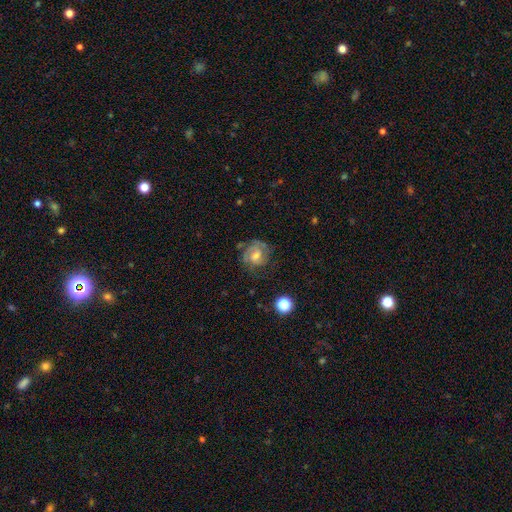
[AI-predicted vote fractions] smooth_or_featured: featured or disk (p=0.65) [alt: smooth p=0.25]
disk_edge_on: no (p=0.97) [alt: yes p=0.03]
bar: no (p=0.53) [alt: weak p=0.39]
has_spiral_arms: yes (p=0.84) [alt: no p=0.16]
spiral_winding: tight (p=0.56) [alt: medium p=0.34]
spiral_arm_count: 2 (p=0.39) [alt: can't tell p=0.33]
bulge_size: moderate (p=0.55) [alt: small p=0.30]
merging: none (p=0.65) [alt: minor disturbance p=0.21]